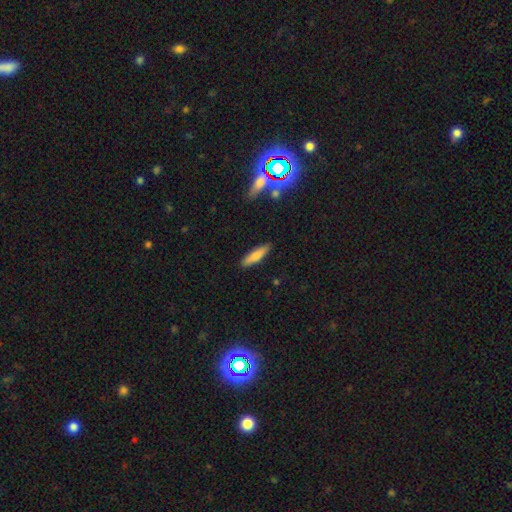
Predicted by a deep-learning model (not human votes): This is likely a smooth galaxy (79%). How rounded: likely cigar-shaped (70%). Merging: clearly none (88%).